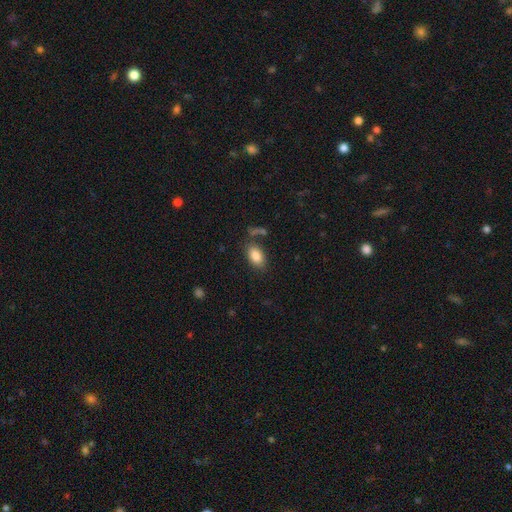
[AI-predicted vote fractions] A smooth galaxy with no disk features (86%) that is in between round and cigar-shaped (91%). Merging: none (74%).